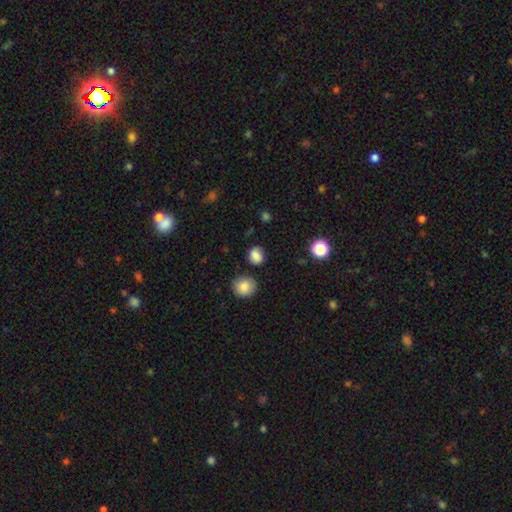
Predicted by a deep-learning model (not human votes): Q: Smooth or featured?
A: smooth (82%); runner-up: star or artifact (12%)
Q: How rounded?
A: round (66%); runner-up: in between (33%)
Q: Merging?
A: none (76%); runner-up: minor disturbance (16%)